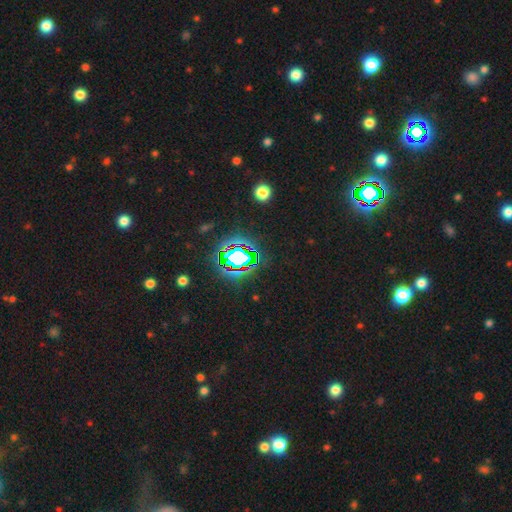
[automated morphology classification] Overall: star or artifact (82%).